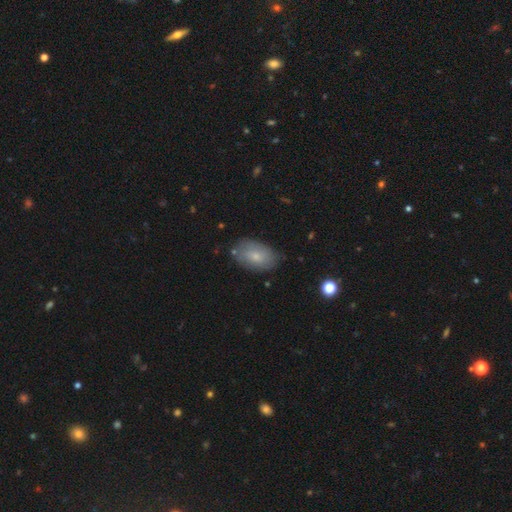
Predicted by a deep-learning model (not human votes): Smooth or featured: smooth — 70% (featured or disk — 23%)
How rounded: in between — 92% (round — 6%)
Merging: none — 76% (minor disturbance — 18%)